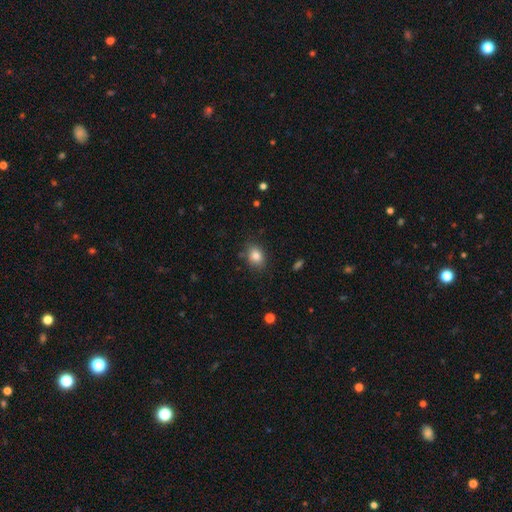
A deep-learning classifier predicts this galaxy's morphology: The model was most divided on "how rounded": in between: 64%, round: 35%, cigar-shaped: 1%. More confident: smooth or featured — smooth (83%); merging — none (79%).